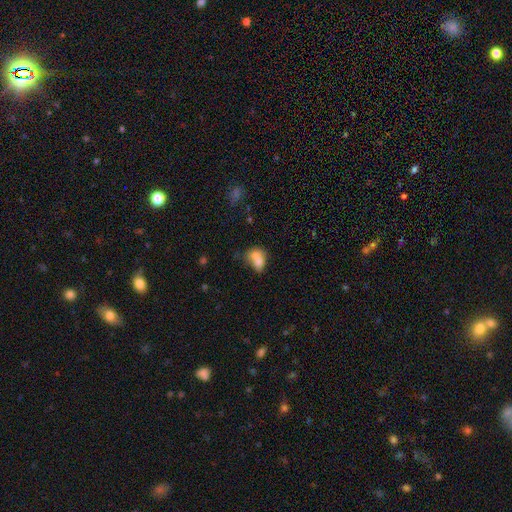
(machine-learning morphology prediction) The model was most divided on "merging": merger: 61%, none: 21%, minor disturbance: 11%, major disturbance: 7%. More confident: how rounded — in between (72%); smooth or featured — smooth (72%).